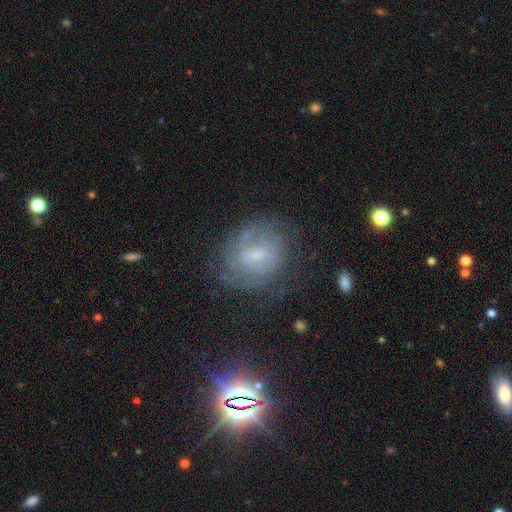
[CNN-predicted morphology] Smooth or featured? Predicted: featured or disk (p=0.66). Edge-on disk? Predicted: no (p=0.97). Bar? Predicted: weak (p=0.56). Spiral arms? Predicted: yes (p=0.82). Spiral winding? Predicted: tight (p=0.54). Spiral arm count? Predicted: can't tell (p=0.49). Bulge size? Predicted: small (p=0.50). Merging? Predicted: none (p=0.68).